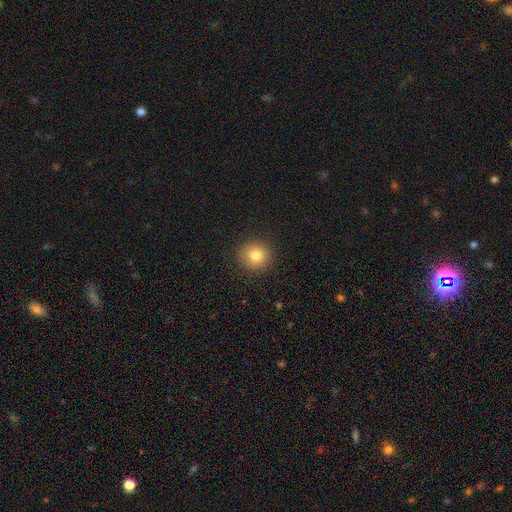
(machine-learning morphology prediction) Smooth or featured?
  - smooth: 82% *
  - star or artifact: 11%
  - featured or disk: 7%
How rounded?
  - round: 92% *
  - in between: 7%
  - cigar-shaped: 1%
Merging?
  - none: 91% *
  - minor disturbance: 6%
  - major disturbance: 2%
  - merger: 1%